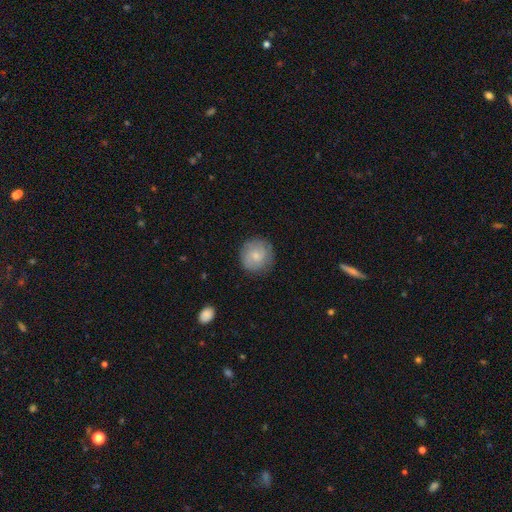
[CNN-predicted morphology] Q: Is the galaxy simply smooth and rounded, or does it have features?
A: smooth — 70%.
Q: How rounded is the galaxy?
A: round — 92%.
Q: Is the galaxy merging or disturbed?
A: none — 83%.